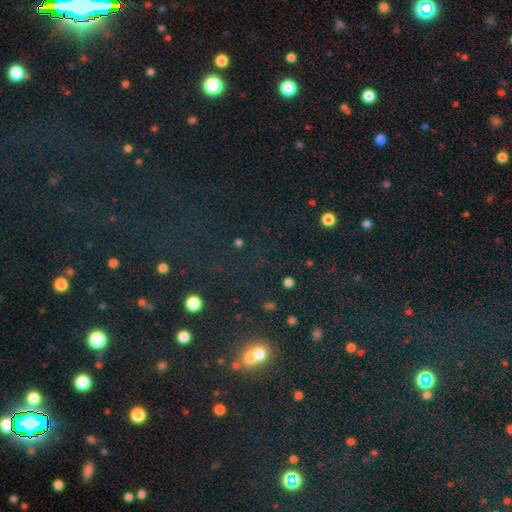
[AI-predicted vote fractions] A star or artifact, not a galaxy (64%).

Vote fractions:
- Smooth or featured? star or artifact: 64% / smooth: 27% / featured or disk: 9%